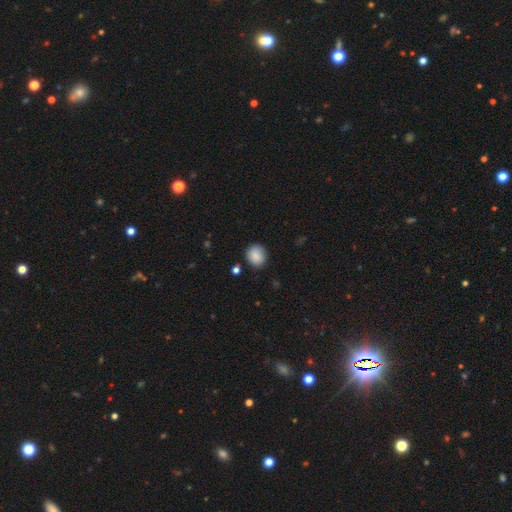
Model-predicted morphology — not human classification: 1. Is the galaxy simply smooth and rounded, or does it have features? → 88% smooth, 8% star or artifact, 4% featured or disk.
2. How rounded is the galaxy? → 83% round, 16% in between, 1% cigar-shaped.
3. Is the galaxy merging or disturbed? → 85% none, 10% minor disturbance, 3% major disturbance, 2% merger.